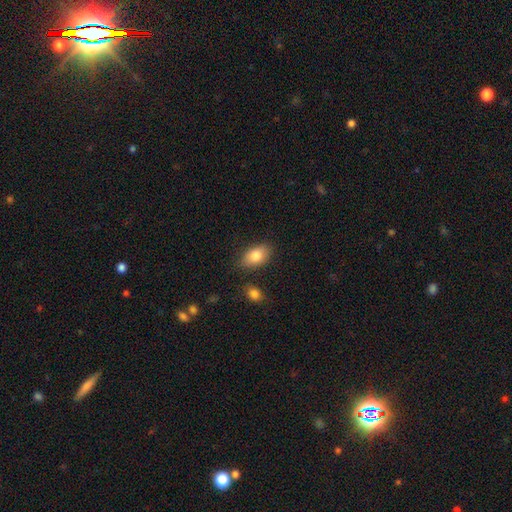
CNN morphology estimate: This appears to be a smooth galaxy with no disk features (82%) that is in between round and cigar-shaped (90%). Merging: none (80%).